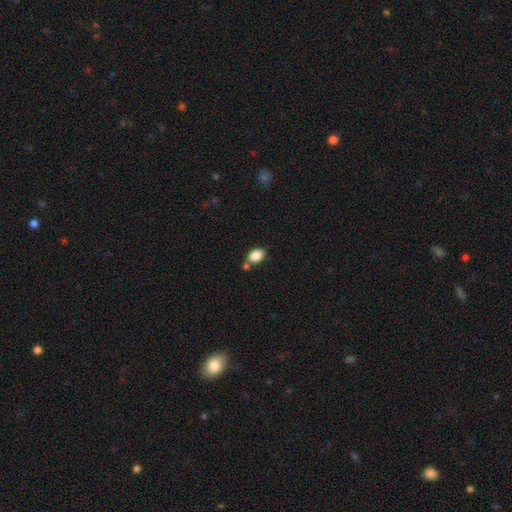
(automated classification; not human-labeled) This is clearly a smooth galaxy (86%). How rounded: clearly in between (87%). Merging: likely none (65%).